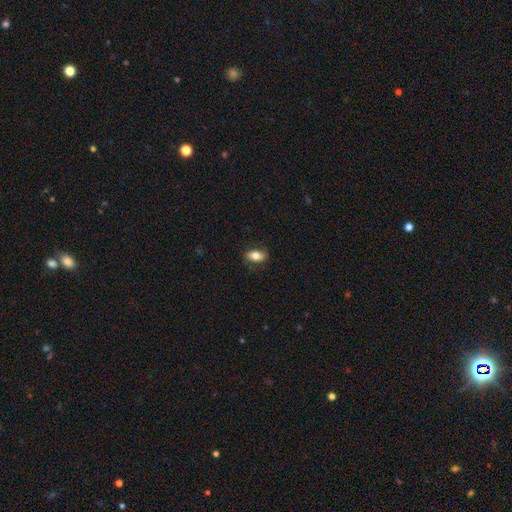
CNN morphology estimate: A smooth galaxy with no disk features (77%) that is in between round and cigar-shaped (87%).

Vote fractions:
- Smooth or featured? smooth: 77% / featured or disk: 15% / star or artifact: 8%
- How rounded? in between: 87% / round: 9% / cigar-shaped: 4%
- Merging? none: 82% / minor disturbance: 13% / major disturbance: 3% / merger: 1%